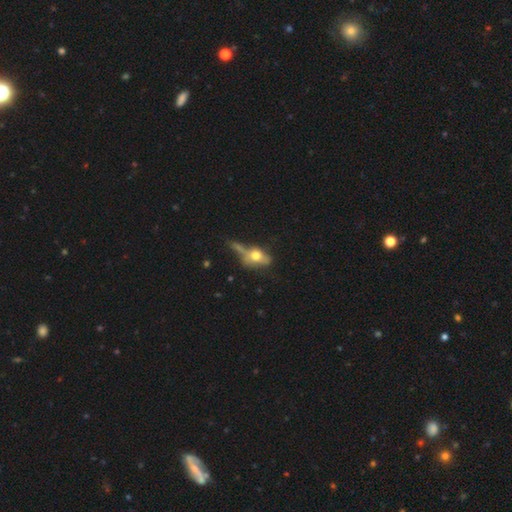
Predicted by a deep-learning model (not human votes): smooth 56%, featured or disk 33%, star or artifact 11%. Down the decision tree: how rounded — in between (69%); merging — none (36%).